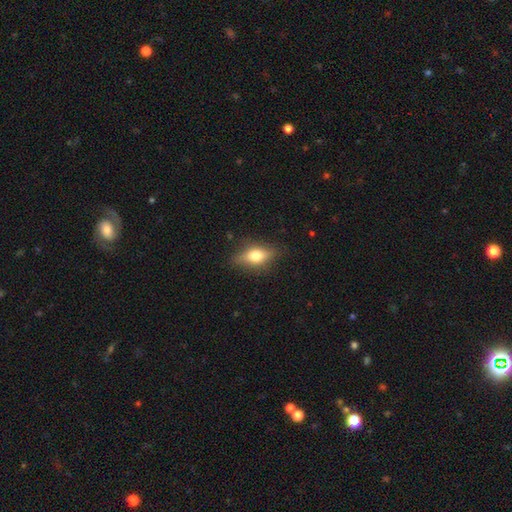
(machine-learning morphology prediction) Smooth or featured: smooth — 65% (featured or disk — 27%)
How rounded: in between — 75% (cigar-shaped — 13%)
Merging: none — 81% (minor disturbance — 14%)